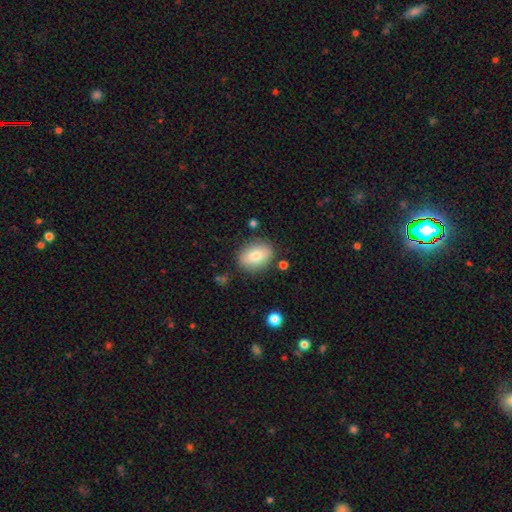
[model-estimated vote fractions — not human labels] Smooth or featured? smooth (78%)
How rounded? in between (69%)
Merging? none (83%)